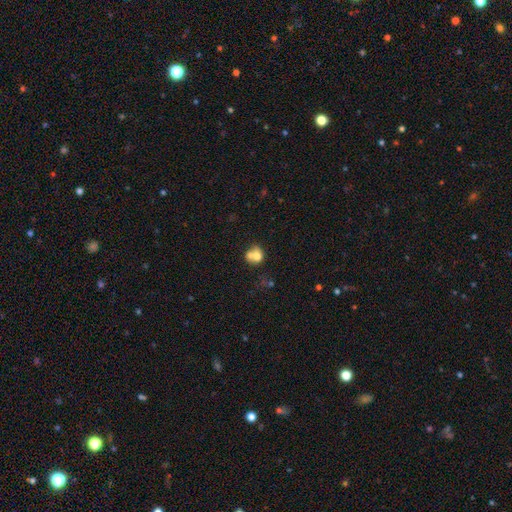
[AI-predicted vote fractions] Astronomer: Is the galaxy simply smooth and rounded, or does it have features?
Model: smooth — 66%.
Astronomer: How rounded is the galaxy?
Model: round — 62% (runner-up: in between, 37%).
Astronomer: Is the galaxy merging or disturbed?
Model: merger — 62%.